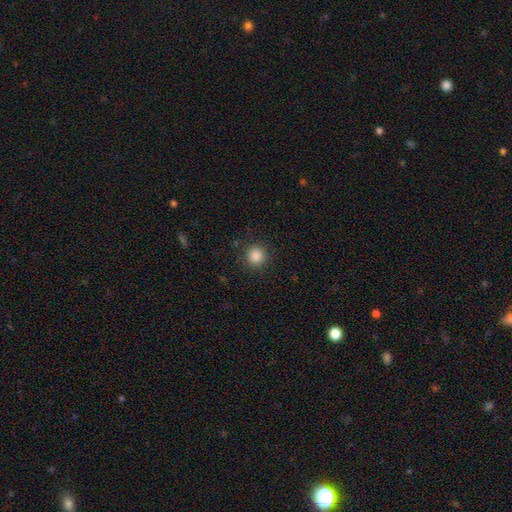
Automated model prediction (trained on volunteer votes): smooth-or-featured: smooth: 86% | star or artifact: 11% | featured or disk: 4%
  how-rounded: round: 94% | in between: 6% | cigar-shaped: 1%
  merging: none: 89% | minor disturbance: 7% | major disturbance: 3% | merger: 1%